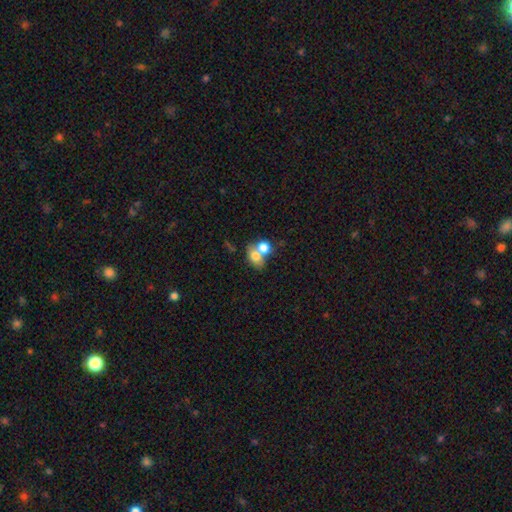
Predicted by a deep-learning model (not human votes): Morphology: type=smooth (74%); roundness=in between (58%); merging=merger (59%).